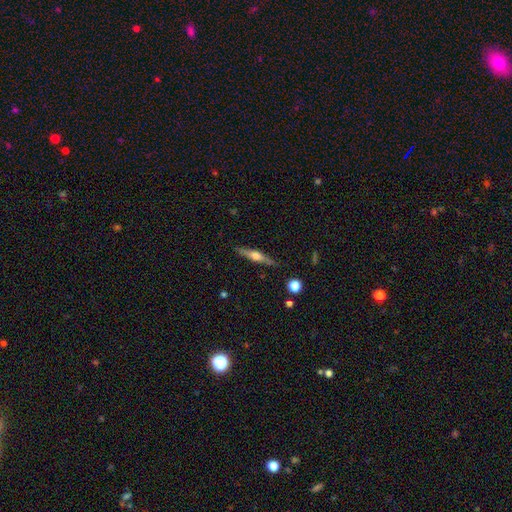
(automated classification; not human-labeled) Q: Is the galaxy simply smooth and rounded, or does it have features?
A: featured or disk — 68%.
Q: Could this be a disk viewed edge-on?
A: yes — 97%.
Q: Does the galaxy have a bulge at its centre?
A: rounded — 89%.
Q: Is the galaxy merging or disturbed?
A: none — 87%.